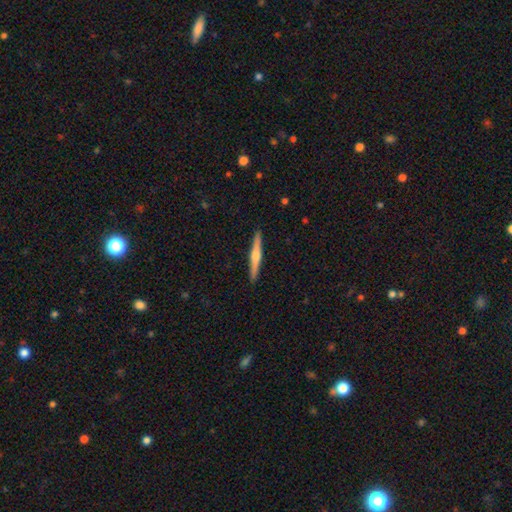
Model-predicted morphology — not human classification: Smooth or featured? featured or disk (57%)
Edge-on disk? yes (98%)
Edge-on bulge? rounded (79%)
Merging? none (92%)